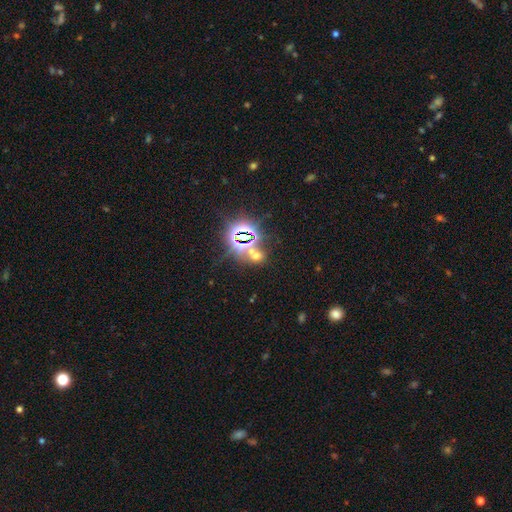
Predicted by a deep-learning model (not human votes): smooth-or-featured: star or artifact: 61% | smooth: 29% | featured or disk: 9%